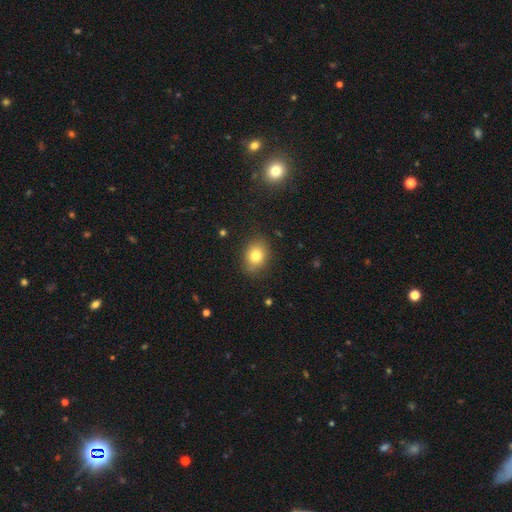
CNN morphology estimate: type=smooth (79%); roundness=in between (54%); merging=none (81%).